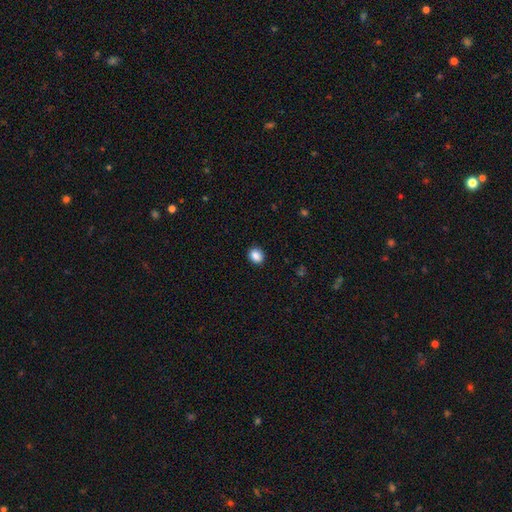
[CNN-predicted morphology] This appears to be a smooth galaxy with no disk features (88%) that is round (59%). Merging: none (90%).